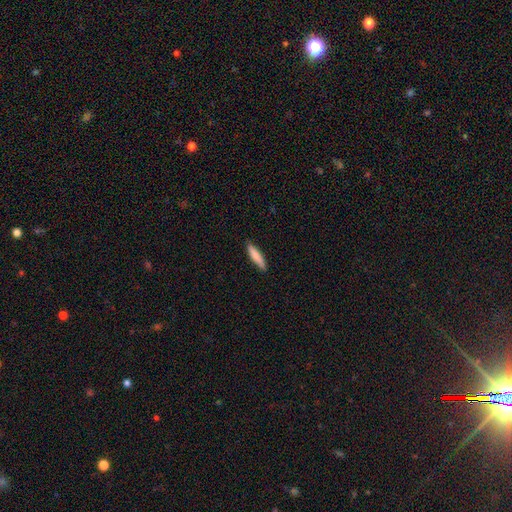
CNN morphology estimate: A smooth galaxy with no disk features (80%) that is cigar-shaped (80%).

Vote fractions:
- Smooth or featured? smooth: 80% / featured or disk: 14% / star or artifact: 6%
- How rounded? cigar-shaped: 80% / in between: 18% / round: 1%
- Merging? none: 87% / minor disturbance: 10% / major disturbance: 2% / merger: 1%